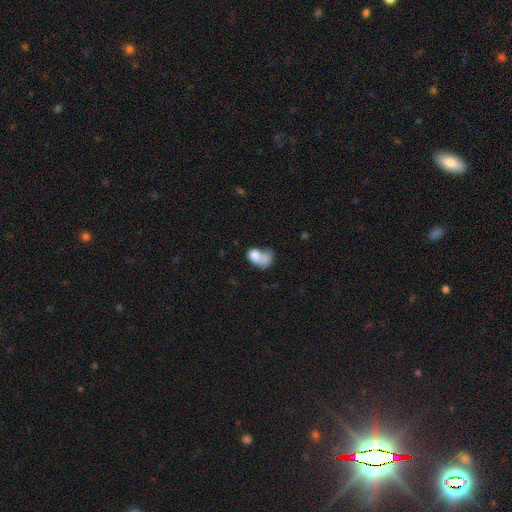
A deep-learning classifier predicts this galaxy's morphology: smooth-or-featured: smooth: 72% | featured or disk: 19% | star or artifact: 9%
  how-rounded: in between: 73% | round: 26% | cigar-shaped: 1%
  merging: merger: 52% | major disturbance: 19% | none: 17% | minor disturbance: 12%